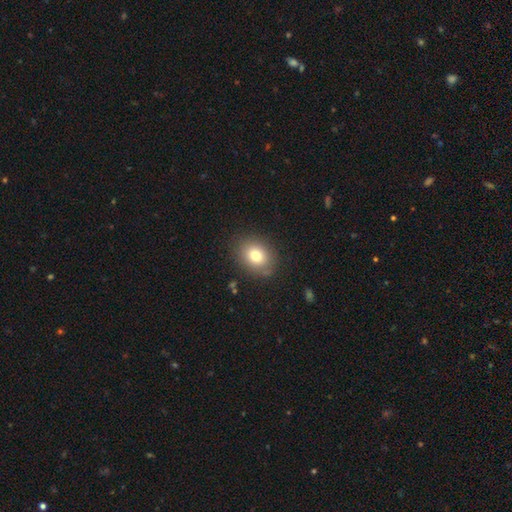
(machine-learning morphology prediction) Smooth or featured?
  - smooth: 77% *
  - featured or disk: 12%
  - star or artifact: 11%
How rounded?
  - round: 51% *
  - in between: 48%
  - cigar-shaped: 1%
Merging?
  - none: 84% *
  - minor disturbance: 11%
  - major disturbance: 3%
  - merger: 2%